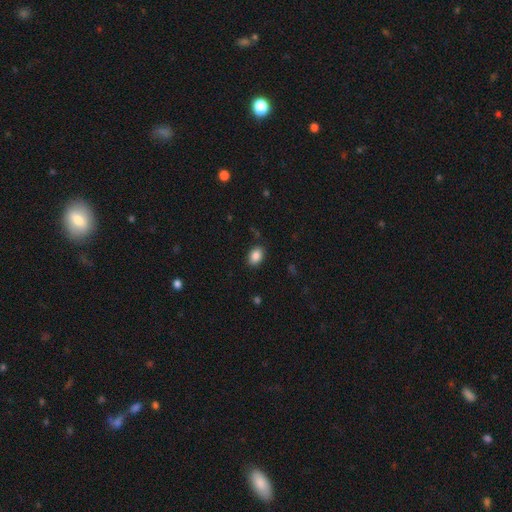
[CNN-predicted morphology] Overall: smooth (88%). How rounded: in between (82%). Merging: none (86%).